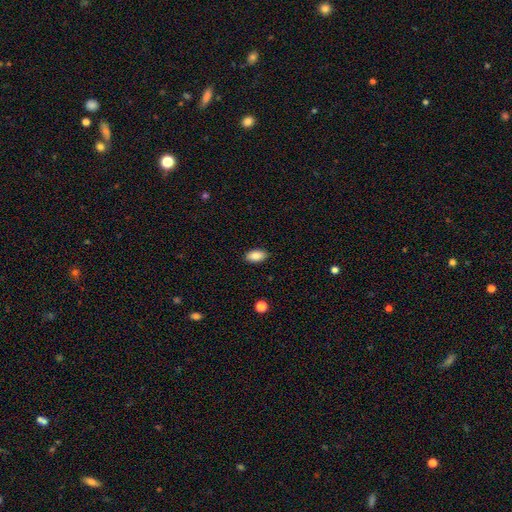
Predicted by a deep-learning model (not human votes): Overall: smooth (87%). How rounded: in between (92%). Merging: none (88%).